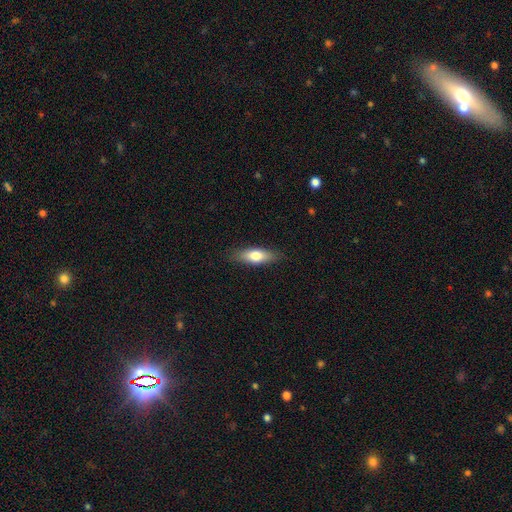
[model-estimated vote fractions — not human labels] smooth_or_featured: smooth (p=0.70) [alt: featured or disk p=0.24]
how_rounded: in between (p=0.60) [alt: cigar-shaped p=0.37]
merging: none (p=0.86) [alt: minor disturbance p=0.11]